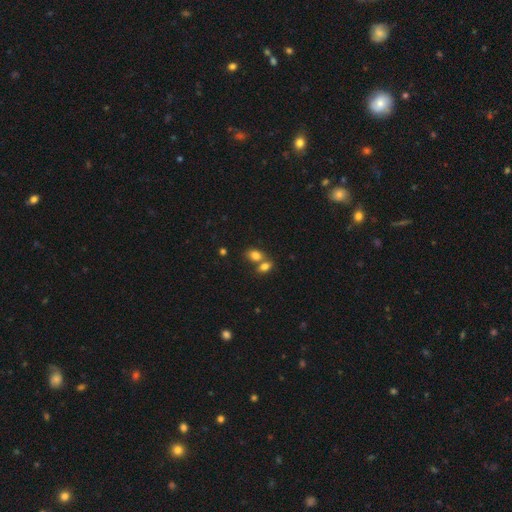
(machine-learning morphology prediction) A smooth galaxy with no disk features (81%) that is in between round and cigar-shaped (71%).

Vote fractions:
- Smooth or featured? smooth: 81% / star or artifact: 11% / featured or disk: 9%
- How rounded? in between: 71% / round: 27% / cigar-shaped: 2%
- Merging? merger: 51% / none: 37% / minor disturbance: 9% / major disturbance: 3%